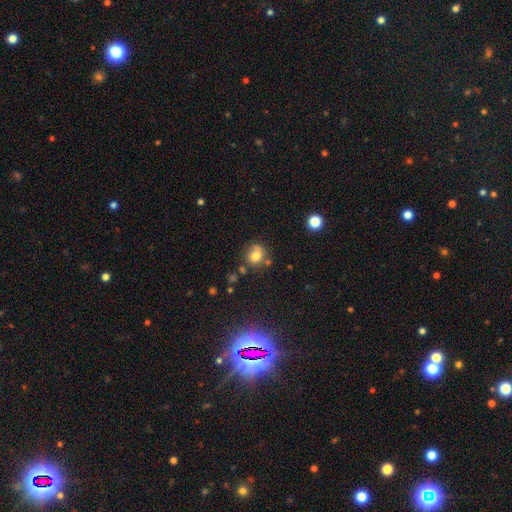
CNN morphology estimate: Smooth or featured? smooth (74%)
How rounded? round (80%)
Merging? none (61%)